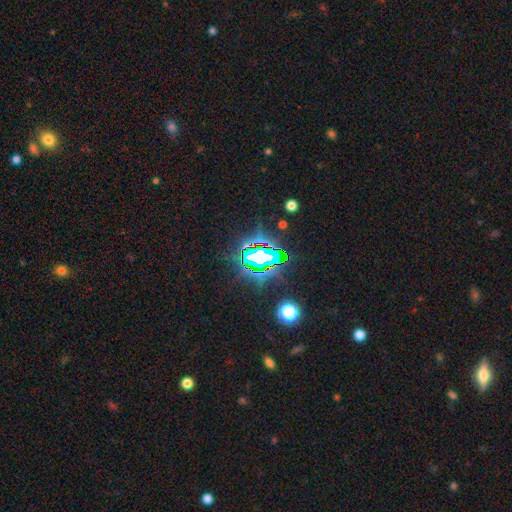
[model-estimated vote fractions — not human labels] smooth-or-featured: star or artifact: 73% | smooth: 14% | featured or disk: 13%